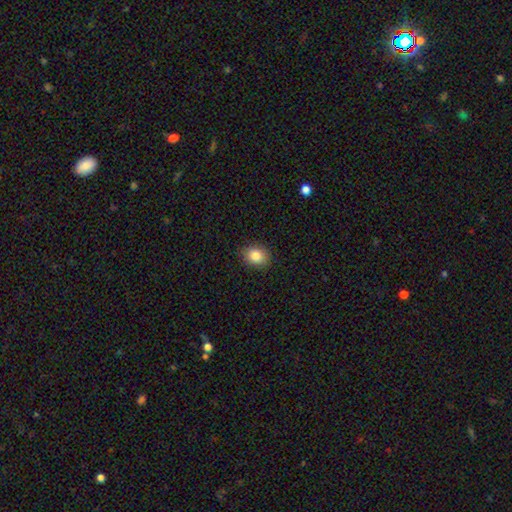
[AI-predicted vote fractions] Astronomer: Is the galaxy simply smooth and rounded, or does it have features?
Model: smooth — 86%.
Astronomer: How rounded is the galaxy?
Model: round — 50% (runner-up: in between, 49%).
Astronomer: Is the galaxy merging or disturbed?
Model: none — 87%.